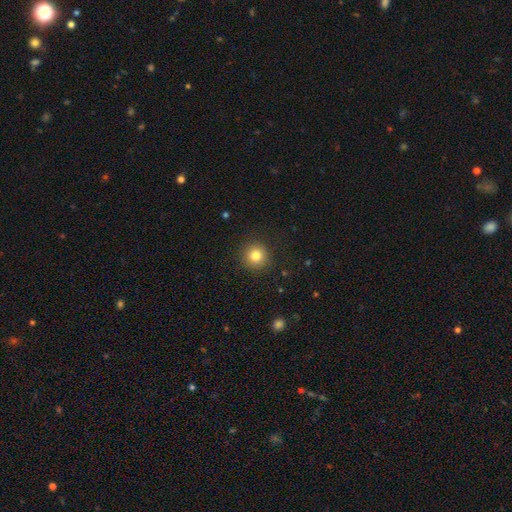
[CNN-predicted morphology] Smooth or featured? Predicted: smooth (p=0.82). How rounded? Predicted: round (p=0.94). Merging? Predicted: none (p=0.91).